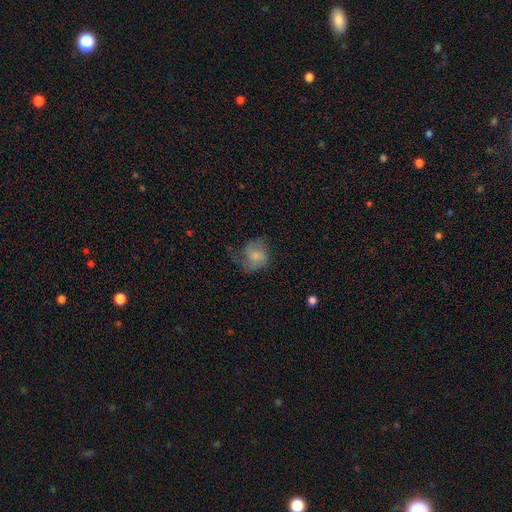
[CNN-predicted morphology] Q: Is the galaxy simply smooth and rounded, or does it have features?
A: smooth — 49%.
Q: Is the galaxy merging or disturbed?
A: none — 37%.